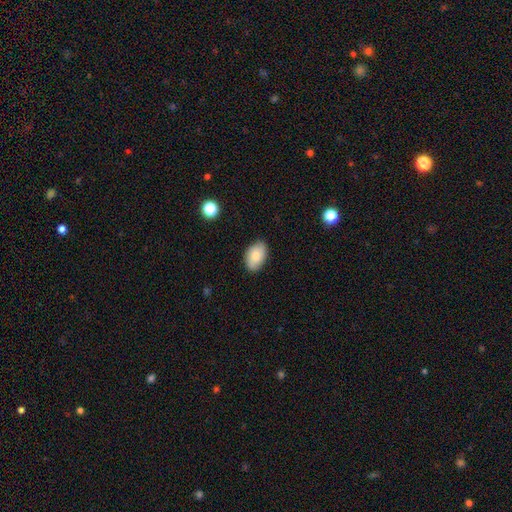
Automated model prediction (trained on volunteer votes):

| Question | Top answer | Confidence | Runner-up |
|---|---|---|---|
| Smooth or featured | smooth | 76% | featured or disk (17%) |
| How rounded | in between | 90% | round (9%) |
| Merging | none | 84% | minor disturbance (13%) |